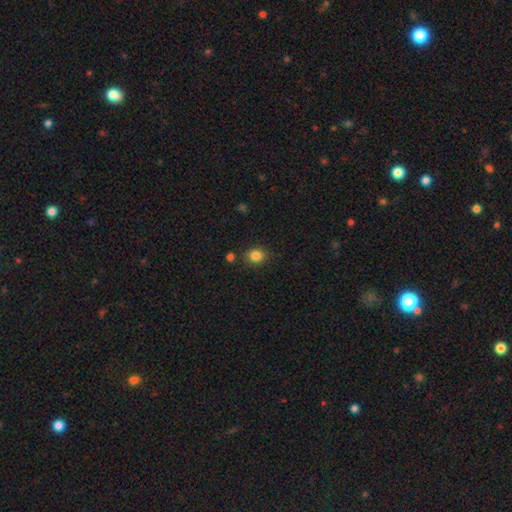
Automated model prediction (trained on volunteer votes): Smooth or featured: smooth — 84% (star or artifact — 11%)
How rounded: round — 78% (in between — 21%)
Merging: none — 84% (minor disturbance — 10%)